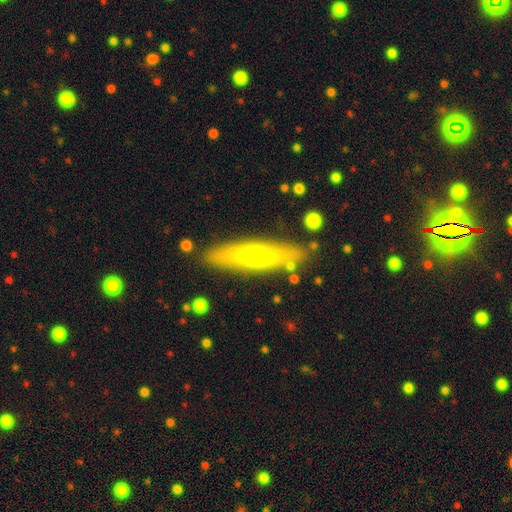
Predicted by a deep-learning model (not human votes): Smooth or featured? Predicted: featured or disk (p=0.49). Merging? Predicted: none (p=0.85).